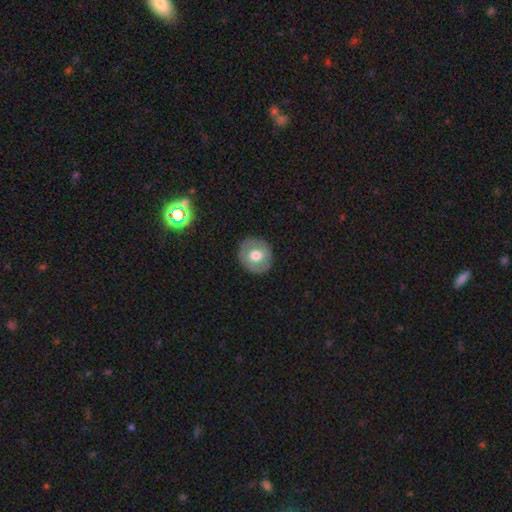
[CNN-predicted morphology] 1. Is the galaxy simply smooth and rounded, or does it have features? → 60% smooth, 33% featured or disk, 7% star or artifact.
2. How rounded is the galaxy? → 81% round, 18% in between, 1% cigar-shaped.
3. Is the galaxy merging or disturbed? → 88% none, 9% minor disturbance, 2% major disturbance, 1% merger.